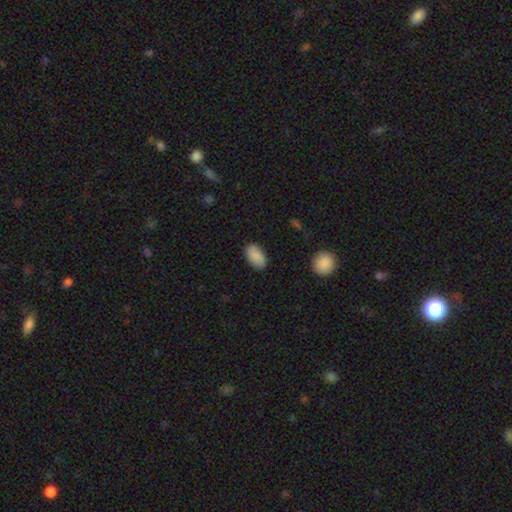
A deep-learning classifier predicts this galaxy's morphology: Overall: smooth (88%). How rounded: in between (94%). Merging: none (87%).